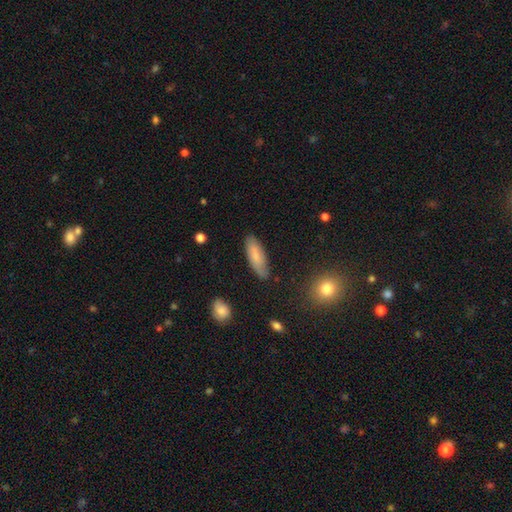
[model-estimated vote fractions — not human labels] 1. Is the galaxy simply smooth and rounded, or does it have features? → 74% smooth, 19% featured or disk, 7% star or artifact.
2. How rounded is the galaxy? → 61% in between, 37% cigar-shaped, 2% round.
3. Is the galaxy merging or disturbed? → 80% none, 15% minor disturbance, 3% major disturbance, 2% merger.